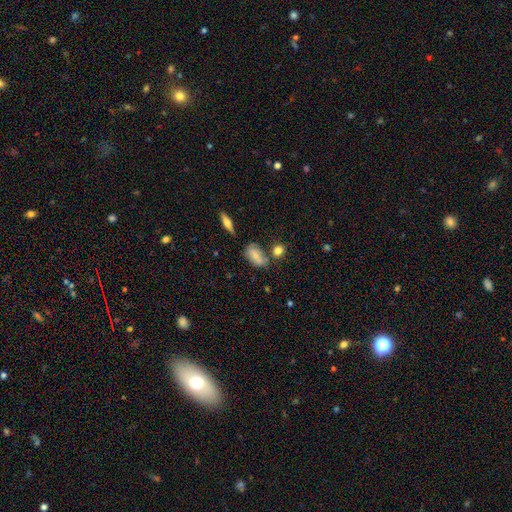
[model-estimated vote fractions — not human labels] This appears to be a smooth galaxy with no disk features (71%) that is in between round and cigar-shaped (85%). Merging: none (54%).